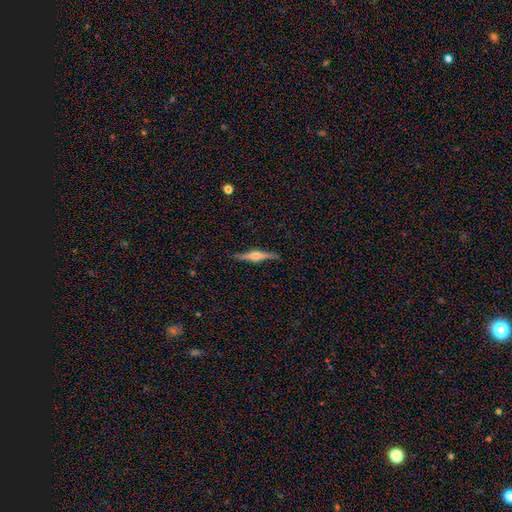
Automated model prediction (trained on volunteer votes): The model was most divided on "smooth or featured": featured or disk: 78%, smooth: 16%, star or artifact: 6%. More confident: edge-on disk — yes (96%); edge-on bulge — rounded (86%); merging — none (86%).